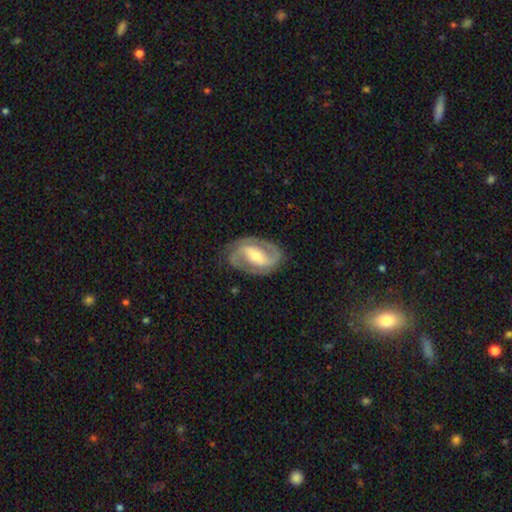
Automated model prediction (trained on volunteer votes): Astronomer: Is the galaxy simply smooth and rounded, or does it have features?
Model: featured or disk — 88%.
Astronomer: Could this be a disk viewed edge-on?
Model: no — 97%.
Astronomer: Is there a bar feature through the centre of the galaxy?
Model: strong — 45% (runner-up: weak, 37%).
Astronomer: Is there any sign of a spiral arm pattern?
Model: yes — 96%.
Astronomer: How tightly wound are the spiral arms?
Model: medium — 50% (runner-up: tight, 36%).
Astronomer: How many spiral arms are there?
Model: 2 — 89%.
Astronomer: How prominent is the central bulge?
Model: moderate — 52% (runner-up: small, 40%).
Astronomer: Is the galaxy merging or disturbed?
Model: none — 81%.